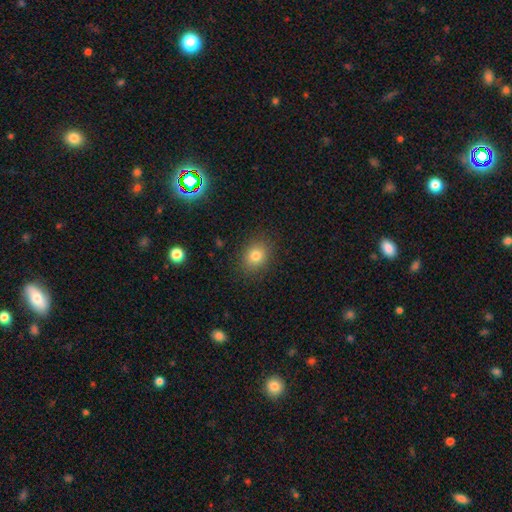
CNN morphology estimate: smooth 80%, star or artifact 12%, featured or disk 8%. Down the decision tree: how rounded — round (61%); merging — none (87%).